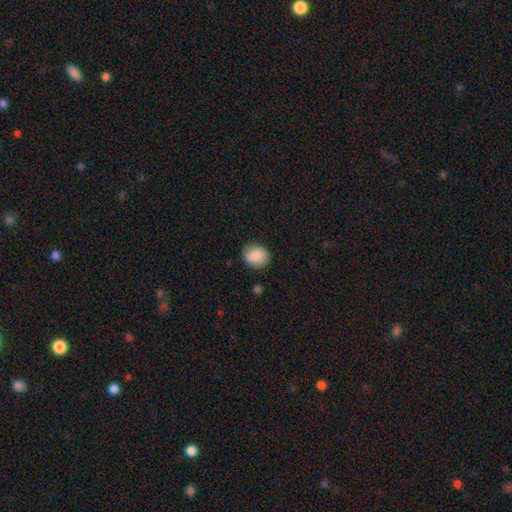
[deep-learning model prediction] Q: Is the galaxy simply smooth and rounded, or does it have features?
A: smooth — 85%.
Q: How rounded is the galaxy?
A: round — 66%.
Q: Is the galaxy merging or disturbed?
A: none — 80%.